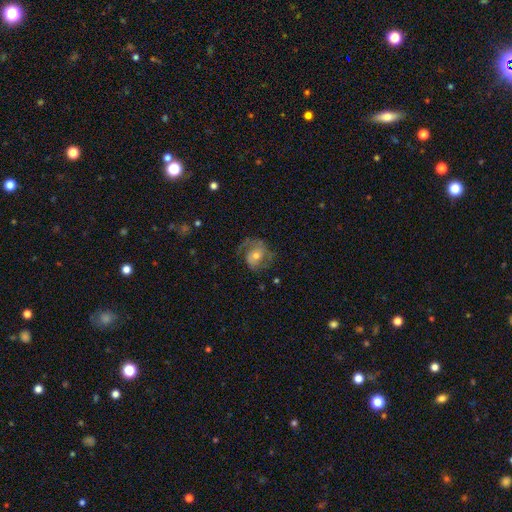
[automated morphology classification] type=featured or disk (76%); edge-on=no (97%); bar=no (54%); spiral arms=yes (93%); winding=medium (51%); arm count=2 (77%); bulge=moderate (53%); merging=none (66%).